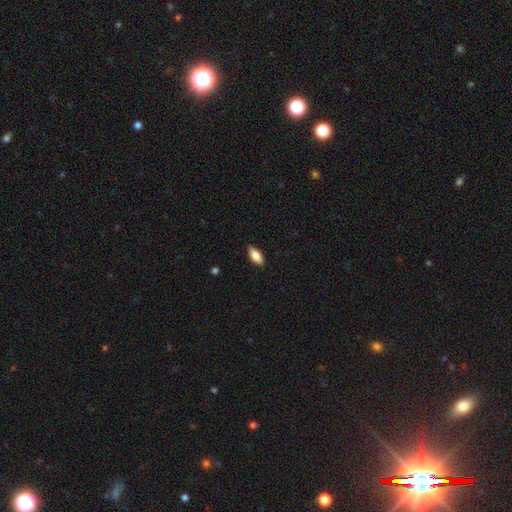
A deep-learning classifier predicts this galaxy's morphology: type=smooth (82%); roundness=in between (85%); merging=none (88%).